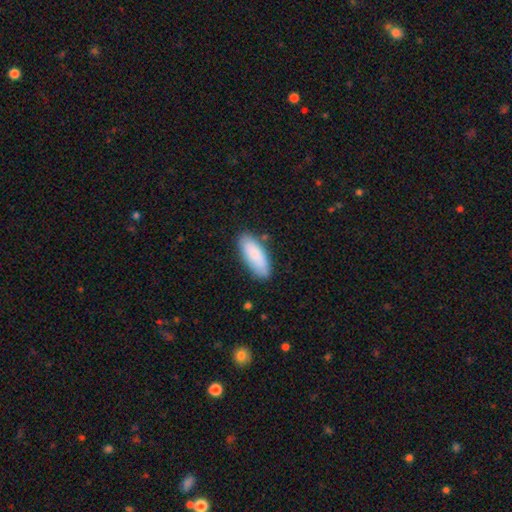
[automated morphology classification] Smooth or featured? Predicted: smooth (p=0.83). How rounded? Predicted: in between (p=0.77). Merging? Predicted: none (p=0.80).